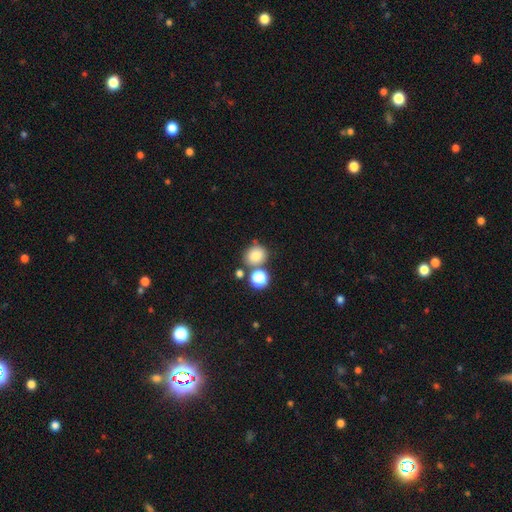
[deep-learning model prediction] Overall: smooth (79%). How rounded: round (66%; in between 33%). Merging: none (65%).